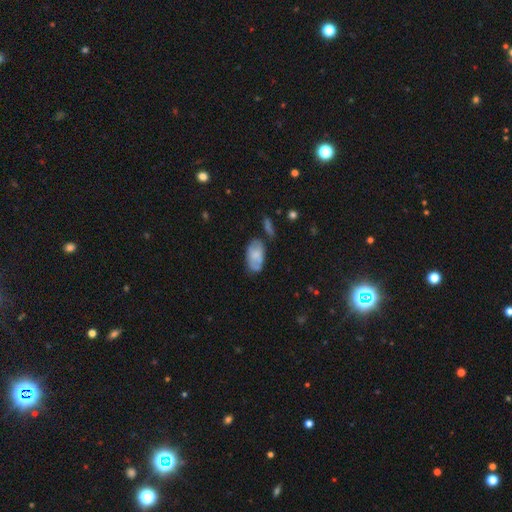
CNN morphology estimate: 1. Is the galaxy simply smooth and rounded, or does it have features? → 62% smooth, 31% featured or disk, 7% star or artifact.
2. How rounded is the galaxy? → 93% in between, 4% round, 3% cigar-shaped.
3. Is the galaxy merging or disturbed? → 53% none, 27% minor disturbance, 10% merger, 9% major disturbance.